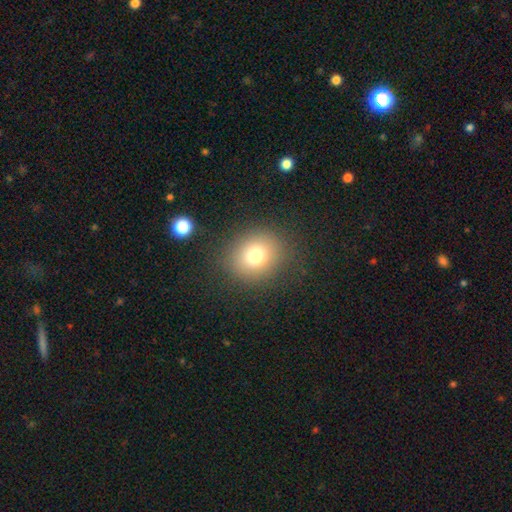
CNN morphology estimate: A smooth galaxy with no disk features (74%) that is round (75%). Merging: none (86%).